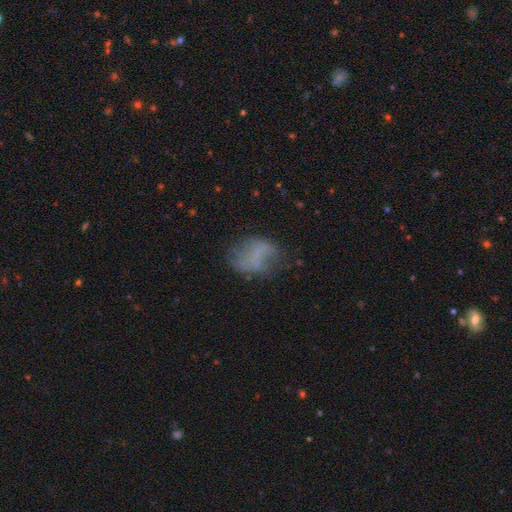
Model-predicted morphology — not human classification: A smooth galaxy with no disk features (45%). Merging: none (55%).